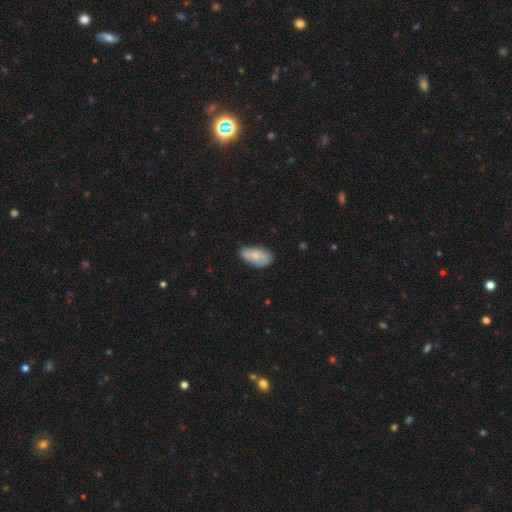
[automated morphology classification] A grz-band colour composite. It shows a smooth galaxy with no disk features (52%) that is in between round and cigar-shaped (92%). Merging: none (63%).